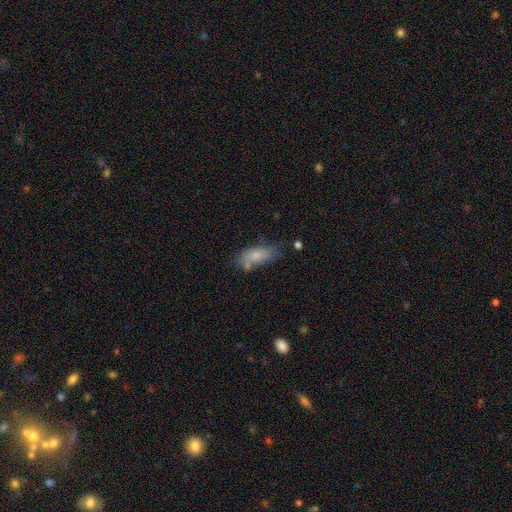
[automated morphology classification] smooth-or-featured: smooth: 74% | featured or disk: 18% | star or artifact: 8%
  how-rounded: in between: 77% | cigar-shaped: 20% | round: 3%
  merging: none: 52% | minor disturbance: 26% | merger: 12% | major disturbance: 10%